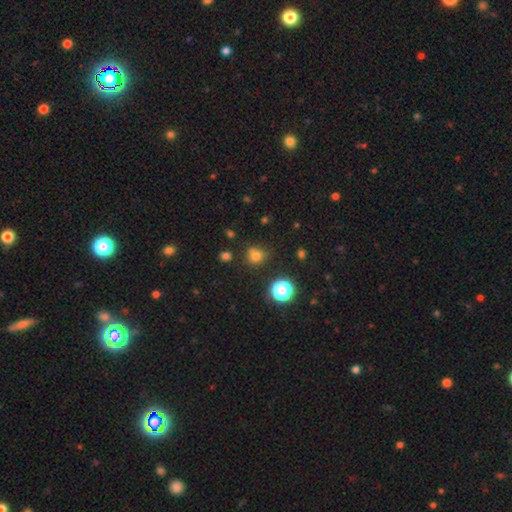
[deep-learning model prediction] The model was most divided on "smooth or featured": smooth: 72%, star or artifact: 21%, featured or disk: 7%. More confident: how rounded — round (81%); merging — none (68%).